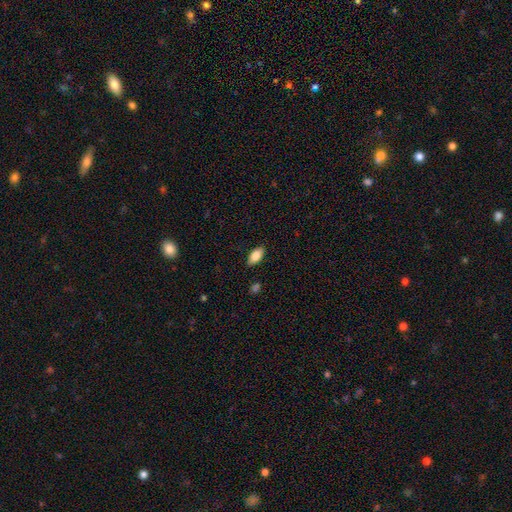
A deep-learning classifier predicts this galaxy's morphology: This is clearly a smooth galaxy (84%). How rounded: clearly in between (91%). Merging: clearly none (88%).